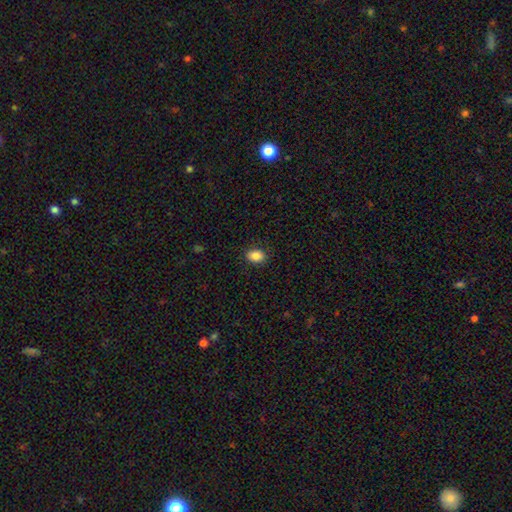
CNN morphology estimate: Smooth or featured? Predicted: smooth (p=0.86). How rounded? Predicted: in between (p=0.70). Merging? Predicted: none (p=0.88).